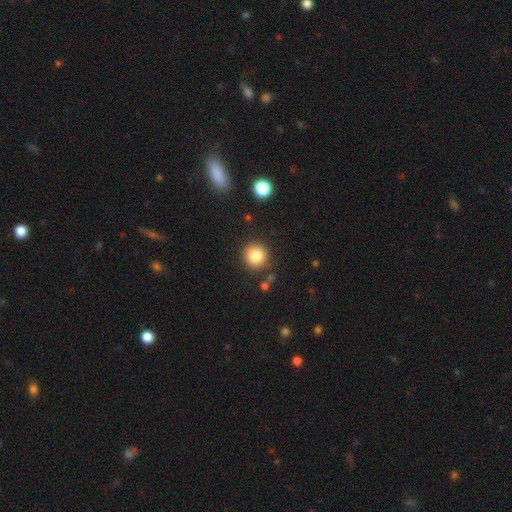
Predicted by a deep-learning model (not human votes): Morphology: type=smooth (84%); roundness=round (93%); merging=none (85%).